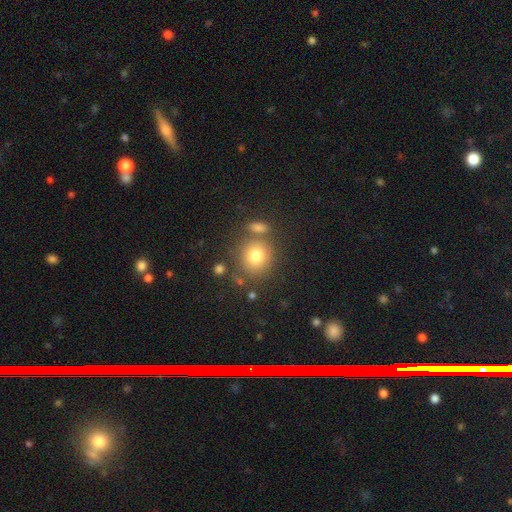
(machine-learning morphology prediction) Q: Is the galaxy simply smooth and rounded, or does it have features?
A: smooth — 79%.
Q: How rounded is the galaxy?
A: round — 84%.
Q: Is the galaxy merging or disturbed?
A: none — 70%.